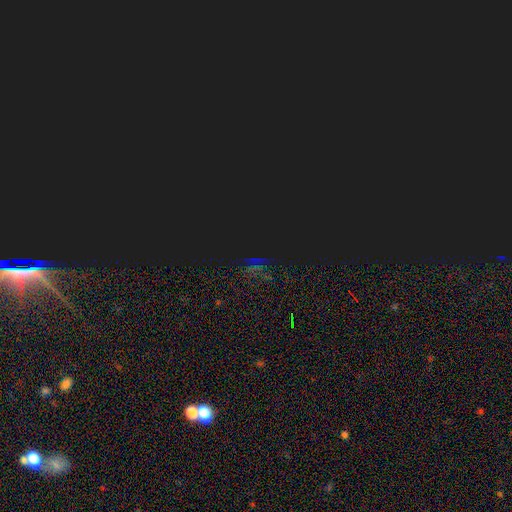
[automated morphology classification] Smooth or featured? Predicted: star or artifact (p=0.83).